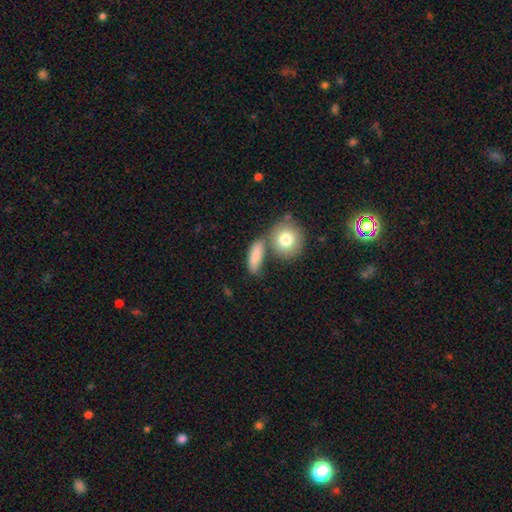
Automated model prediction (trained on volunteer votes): Morphology: type=smooth (82%); roundness=in between (60%); merging=none (54%).